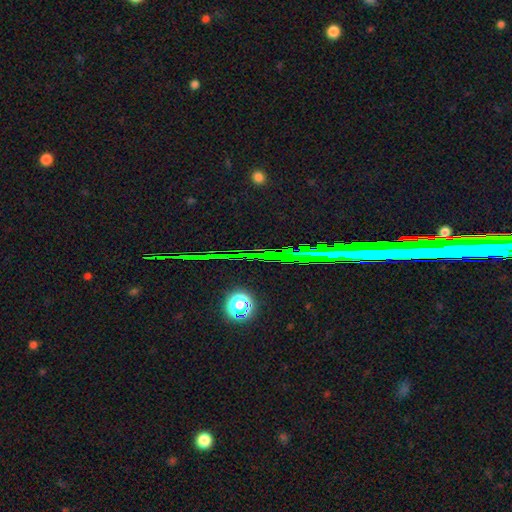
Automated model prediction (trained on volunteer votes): Q: Smooth or featured?
A: star or artifact (75%); runner-up: smooth (15%)